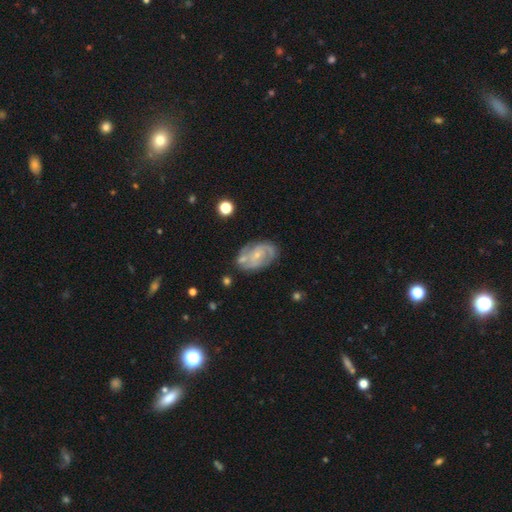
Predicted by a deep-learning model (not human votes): Q: Smooth or featured?
A: featured or disk (75%); runner-up: smooth (18%)
Q: Edge-on disk?
A: no (96%); runner-up: yes (4%)
Q: Bar?
A: no (59%); runner-up: weak (32%)
Q: Spiral arms?
A: yes (83%); runner-up: no (17%)
Q: Spiral winding?
A: medium (44%); runner-up: tight (38%)
Q: Spiral arm count?
A: 2 (58%); runner-up: can't tell (23%)
Q: Bulge size?
A: small (72%); runner-up: moderate (24%)
Q: Merging?
A: none (64%); runner-up: minor disturbance (20%)